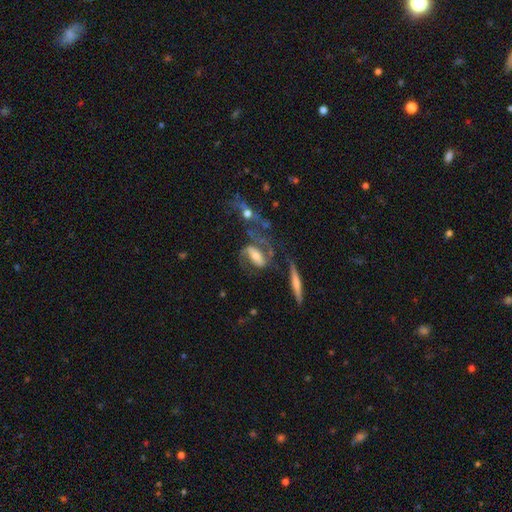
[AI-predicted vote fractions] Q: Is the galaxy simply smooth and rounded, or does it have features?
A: featured or disk — 77%.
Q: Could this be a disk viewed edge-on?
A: no — 89%.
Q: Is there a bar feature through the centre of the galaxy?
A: strong — 44%.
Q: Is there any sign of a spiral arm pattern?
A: yes — 88%.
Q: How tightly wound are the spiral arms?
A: medium — 46%.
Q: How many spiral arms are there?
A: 2 — 82%.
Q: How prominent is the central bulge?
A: moderate — 50%.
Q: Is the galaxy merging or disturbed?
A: none — 40%.